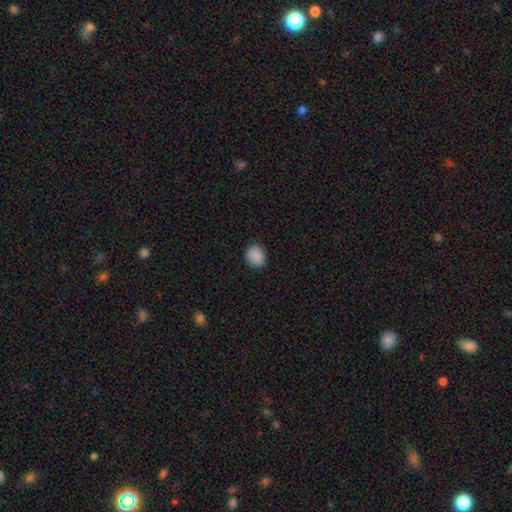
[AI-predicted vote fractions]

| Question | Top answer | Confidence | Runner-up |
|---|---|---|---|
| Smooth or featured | smooth | 88% | star or artifact (9%) |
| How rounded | round | 76% | in between (23%) |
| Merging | none | 84% | minor disturbance (13%) |